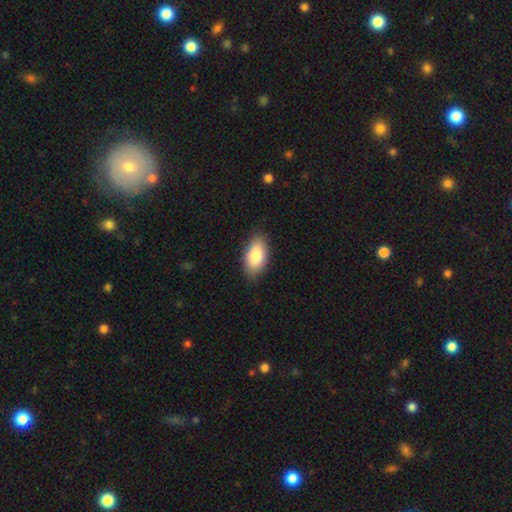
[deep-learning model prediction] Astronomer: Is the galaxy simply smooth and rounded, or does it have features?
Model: smooth — 84%.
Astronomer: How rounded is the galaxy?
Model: in between — 93%.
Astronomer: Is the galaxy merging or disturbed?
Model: none — 83%.